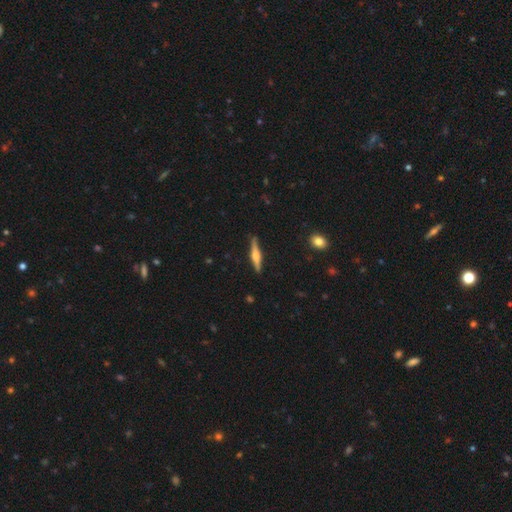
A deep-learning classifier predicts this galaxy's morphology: Smooth or featured? featured or disk (65%)
Edge-on disk? yes (98%)
Edge-on bulge? rounded (81%)
Merging? none (88%)